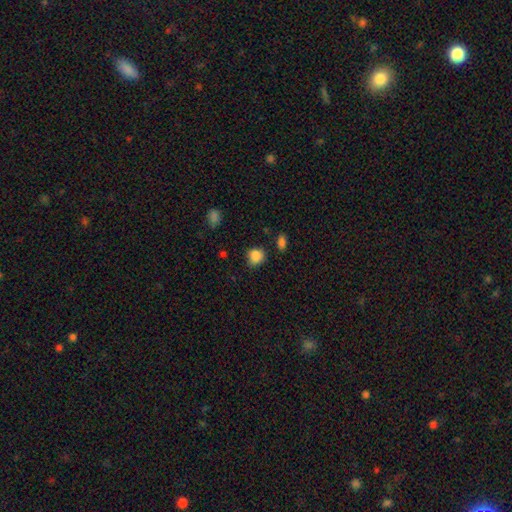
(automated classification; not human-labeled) Overall: smooth (86%). How rounded: round (75%). Merging: none (74%).